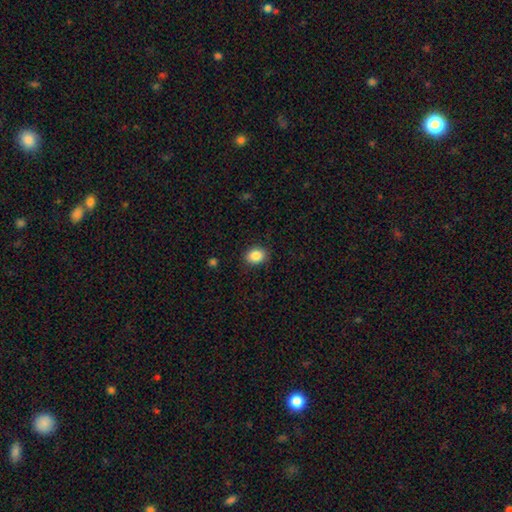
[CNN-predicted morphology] This appears to be a smooth galaxy with no disk features (87%) that is in between round and cigar-shaped (55%). Merging: none (88%).